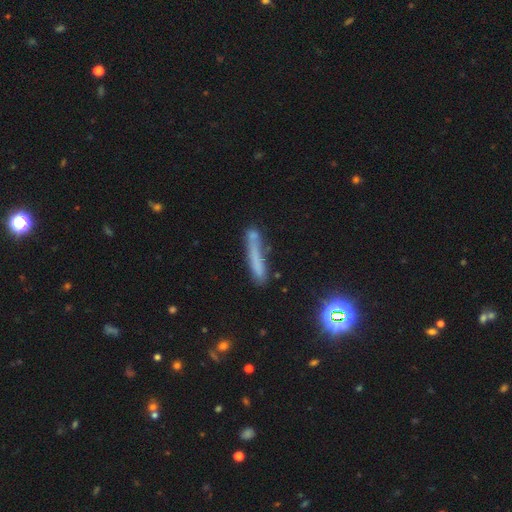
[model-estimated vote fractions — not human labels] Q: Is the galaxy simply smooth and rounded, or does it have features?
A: smooth — 59%.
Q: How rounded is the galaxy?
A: cigar-shaped — 92%.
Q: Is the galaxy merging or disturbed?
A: none — 63%.